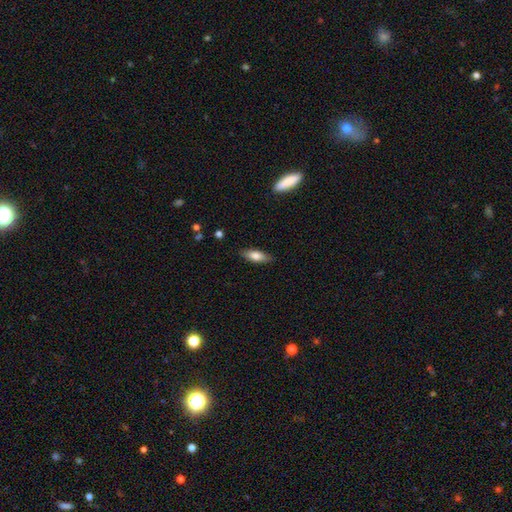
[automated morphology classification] This is likely a smooth galaxy (75%). How rounded: likely in between (65%). Merging: clearly none (86%).